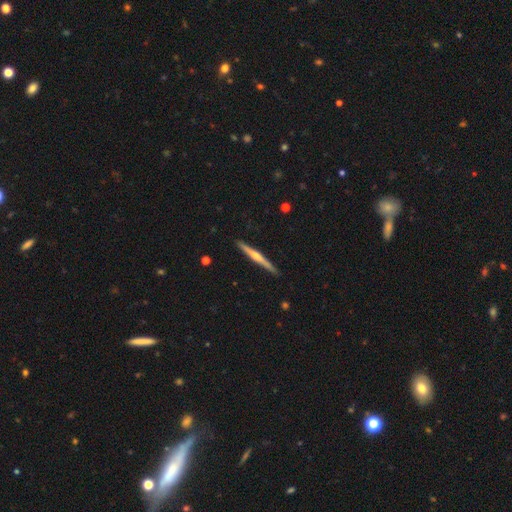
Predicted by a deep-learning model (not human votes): smooth-or-featured: featured or disk: 72% | smooth: 23% | star or artifact: 5%
  disk-edge-on: yes: 98% | no: 2%
    edge-on-bulge: rounded: 79% | none: 15% | boxy: 7%
  merging: none: 91% | minor disturbance: 7% | major disturbance: 1% | merger: 1%